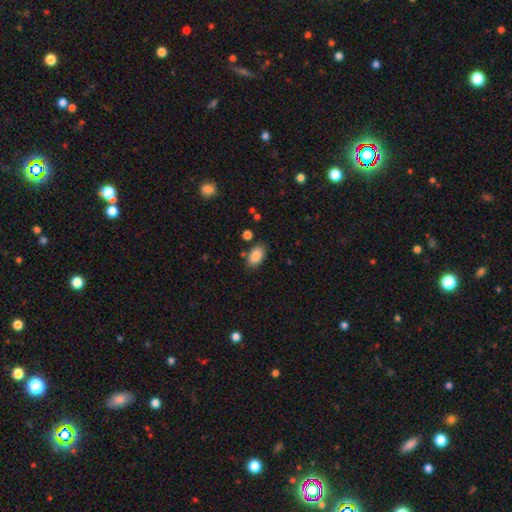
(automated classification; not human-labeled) This appears to be a smooth galaxy with no disk features (86%) that is in between round and cigar-shaped (93%). Merging: none (82%).